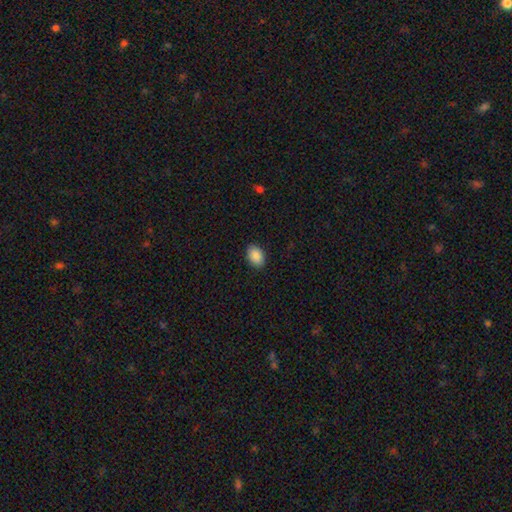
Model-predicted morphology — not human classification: smooth-or-featured: smooth: 90% | star or artifact: 7% | featured or disk: 3%
  how-rounded: in between: 82% | round: 17% | cigar-shaped: 1%
  merging: none: 89% | minor disturbance: 8% | major disturbance: 2% | merger: 1%